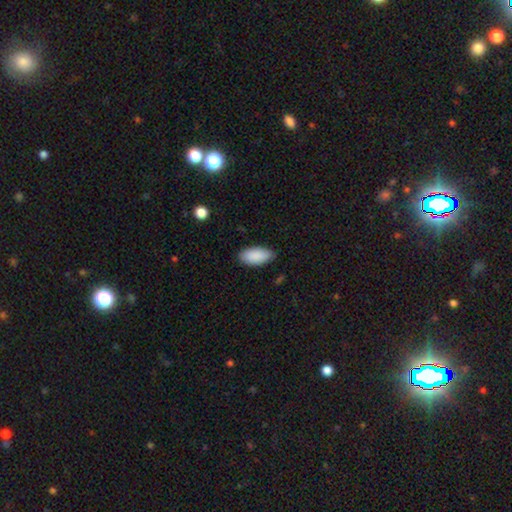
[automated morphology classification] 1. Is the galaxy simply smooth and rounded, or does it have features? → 90% smooth, 6% star or artifact, 4% featured or disk.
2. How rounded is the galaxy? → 93% in between, 5% cigar-shaped, 2% round.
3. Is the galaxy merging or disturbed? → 83% none, 14% minor disturbance, 2% major disturbance, 1% merger.